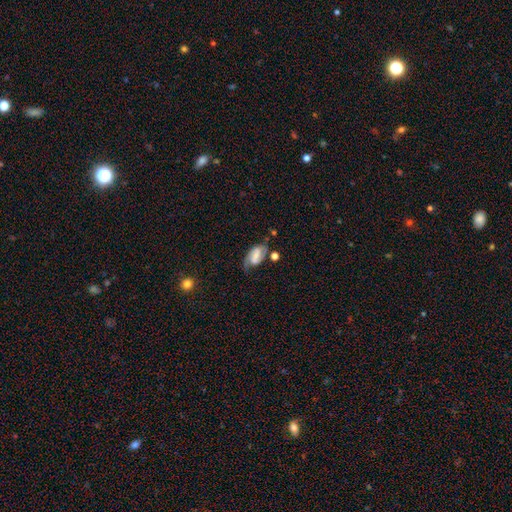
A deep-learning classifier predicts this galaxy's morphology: A featured or disk galaxy (56%) with a weak bar (42%), spiral arms (85%) and a small central bulge (44%). Merging: none (52%).